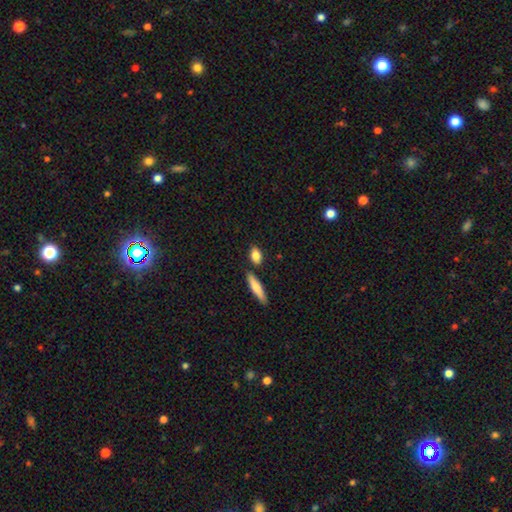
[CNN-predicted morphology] This is clearly a smooth galaxy (82%). How rounded: likely in between (75%). Merging: likely none (75%).